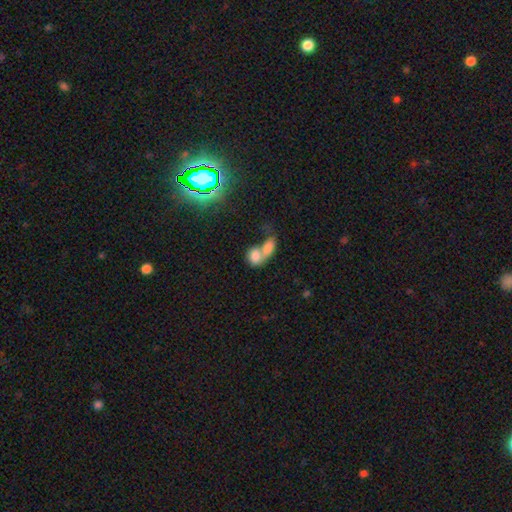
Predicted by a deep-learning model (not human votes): Smooth or featured: smooth — 76% (featured or disk — 15%)
How rounded: in between — 71% (round — 26%)
Merging: merger — 76% (none — 14%)